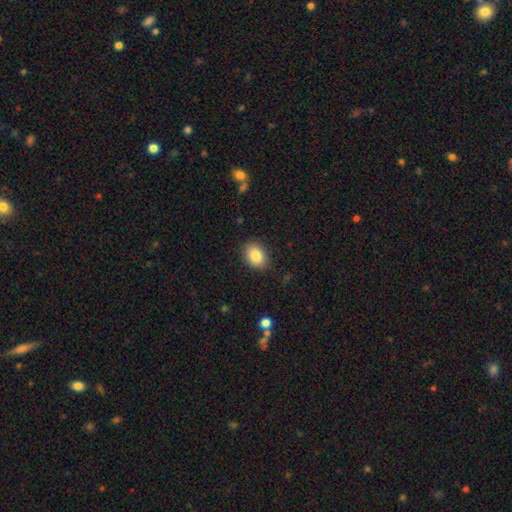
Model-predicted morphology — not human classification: Smooth or featured: smooth — 85% (star or artifact — 8%)
How rounded: in between — 67% (round — 32%)
Merging: none — 86% (minor disturbance — 10%)